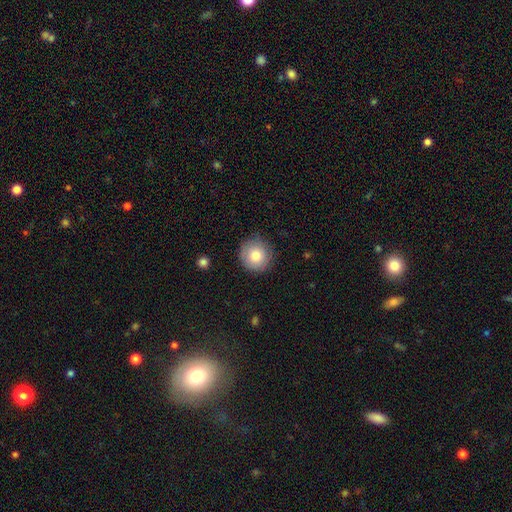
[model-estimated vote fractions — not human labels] Smooth or featured: smooth — 80% (featured or disk — 11%)
How rounded: round — 94% (in between — 5%)
Merging: none — 85% (minor disturbance — 11%)